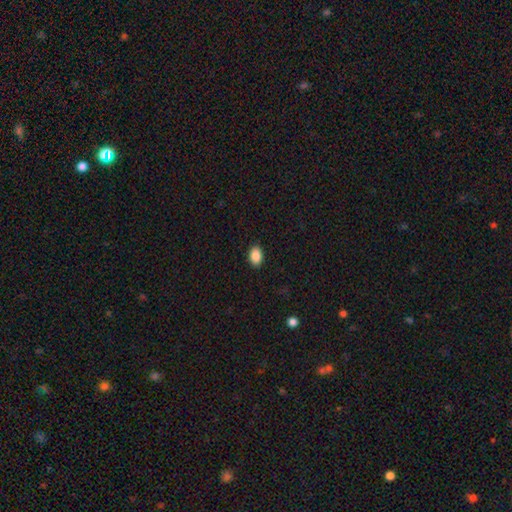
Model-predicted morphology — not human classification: type=smooth (89%); roundness=in between (86%); merging=none (90%).